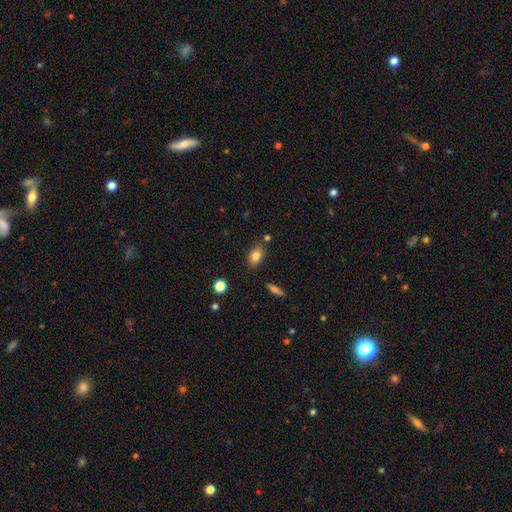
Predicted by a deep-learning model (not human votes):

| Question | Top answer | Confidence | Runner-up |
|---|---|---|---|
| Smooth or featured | smooth | 83% | star or artifact (9%) |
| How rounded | in between | 84% | round (13%) |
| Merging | none | 78% | minor disturbance (13%) |